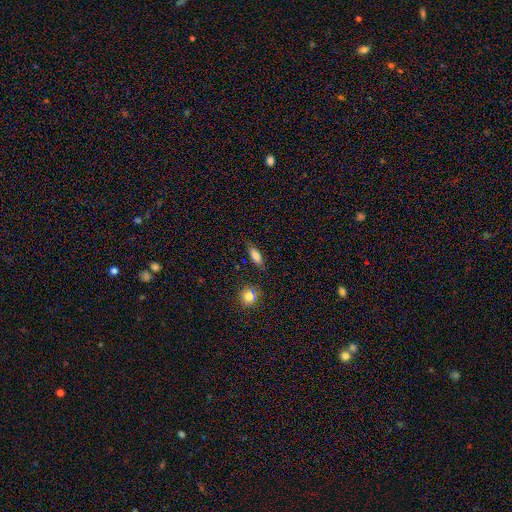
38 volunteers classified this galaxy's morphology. smooth-or-featured: smooth: 71% | featured or disk: 24% | star or artifact: 5%
  how-rounded: in between: 67% | cigar-shaped: 30% | round: 4%
  merging: none: 78% | minor disturbance: 19% | major disturbance: 3% | merger: 0%